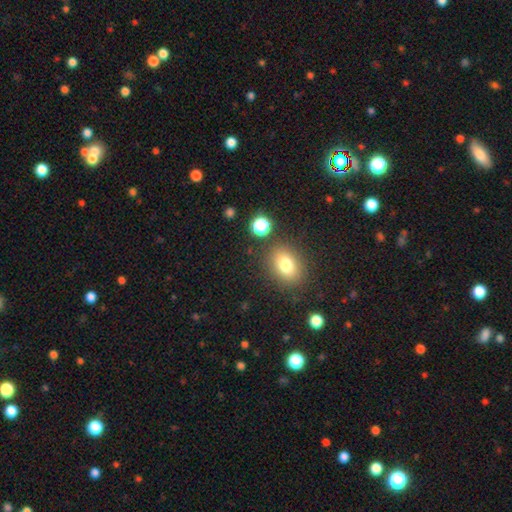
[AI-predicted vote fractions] Overall: smooth (66%). How rounded: in between (51%; round 47%). Merging: none (86%).